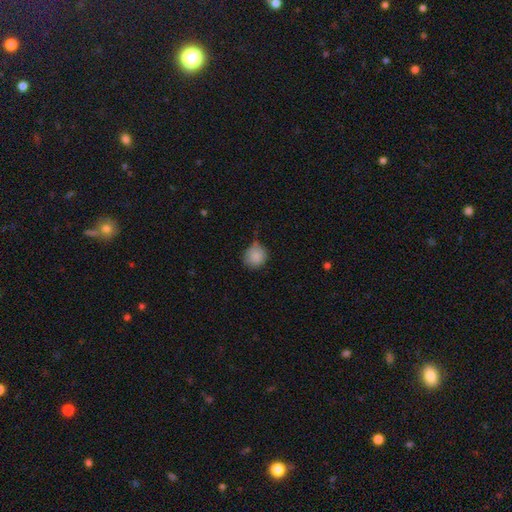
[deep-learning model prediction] smooth-or-featured: smooth: 87% | star or artifact: 8% | featured or disk: 5%
  how-rounded: round: 88% | in between: 11% | cigar-shaped: 1%
  merging: none: 62% | minor disturbance: 30% | major disturbance: 5% | merger: 3%